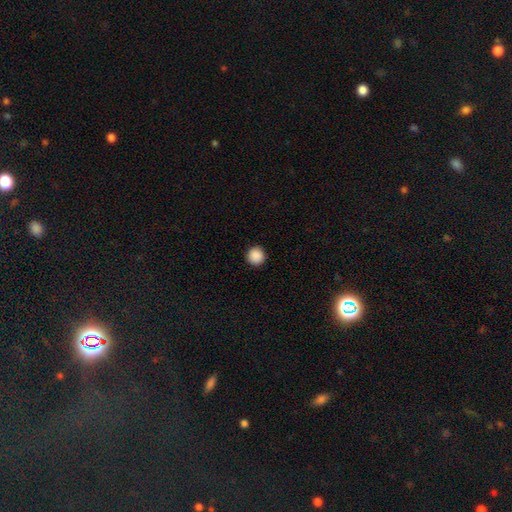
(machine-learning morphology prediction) Smooth or featured? smooth (89%)
How rounded? round (96%)
Merging? none (93%)